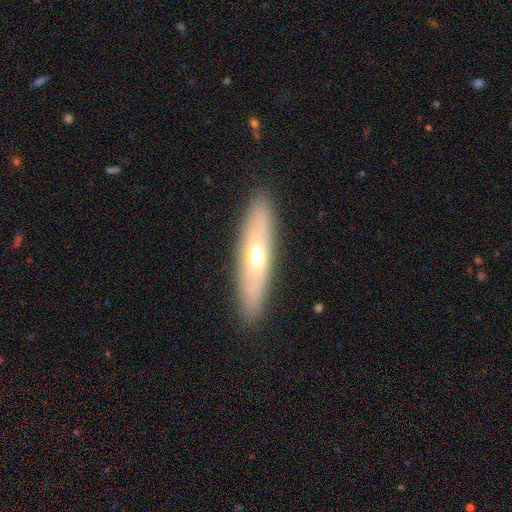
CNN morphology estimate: A smooth galaxy with no disk features (49%).

Vote fractions:
- Smooth or featured? smooth: 49% / featured or disk: 44% / star or artifact: 7%
- Merging? none: 88% / minor disturbance: 8% / major disturbance: 2% / merger: 1%